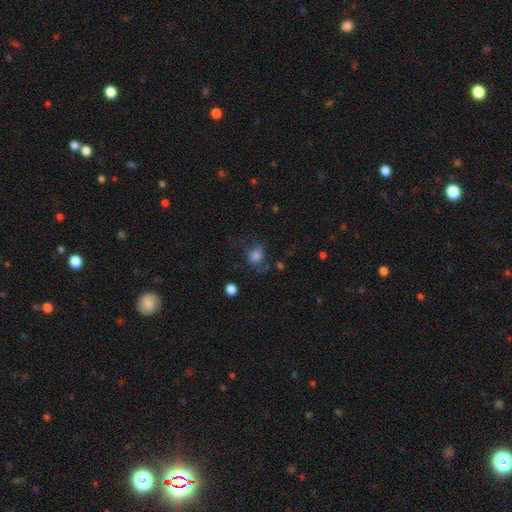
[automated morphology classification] A smooth galaxy with no disk features (78%) that is round (72%).

Vote fractions:
- Smooth or featured? smooth: 78% / star or artifact: 12% / featured or disk: 11%
- How rounded? round: 72% / in between: 27% / cigar-shaped: 1%
- Merging? none: 59% / minor disturbance: 23% / major disturbance: 15% / merger: 4%